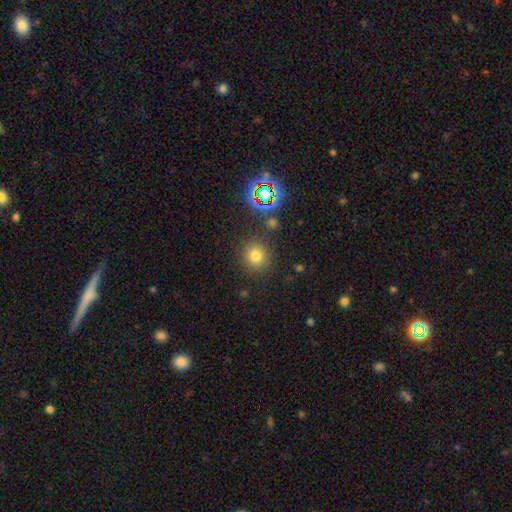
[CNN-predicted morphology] The model was most divided on "smooth or featured": smooth: 73%, star or artifact: 20%, featured or disk: 7%. More confident: how rounded — round (91%); merging — none (85%).